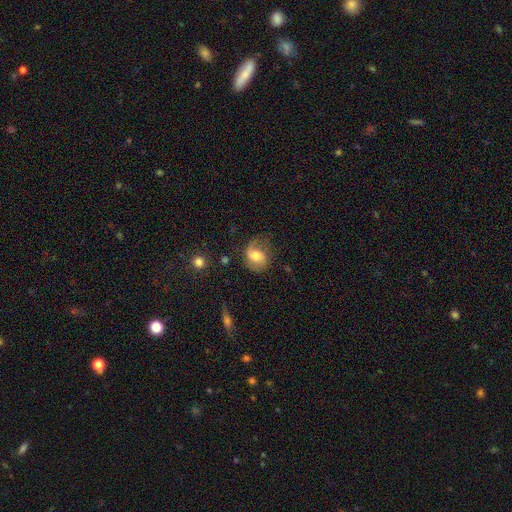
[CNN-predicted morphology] Smooth or featured?
  - featured or disk: 46% * (tied)
  - smooth: 46% * (tied)
  - star or artifact: 8%
Merging?
  - none: 54% *
  - minor disturbance: 27%
  - major disturbance: 17%
  - merger: 2%